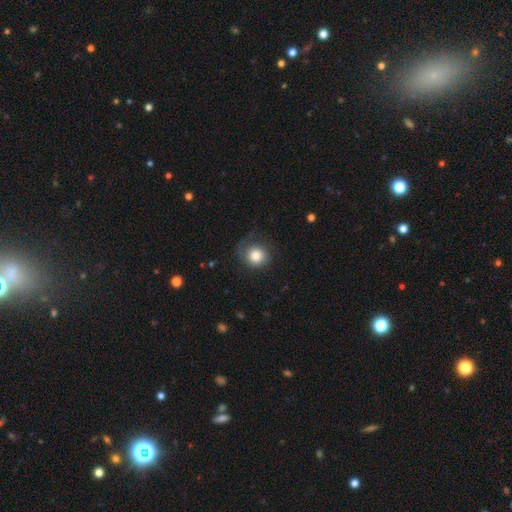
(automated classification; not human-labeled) This appears to be a smooth galaxy with no disk features (78%) that is round (85%). Merging: none (61%).